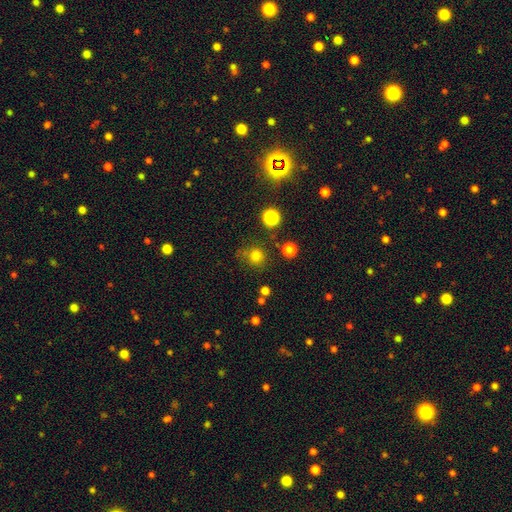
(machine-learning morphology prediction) This appears to be a smooth galaxy with no disk features (77%) that is round (90%). Merging: none (74%).